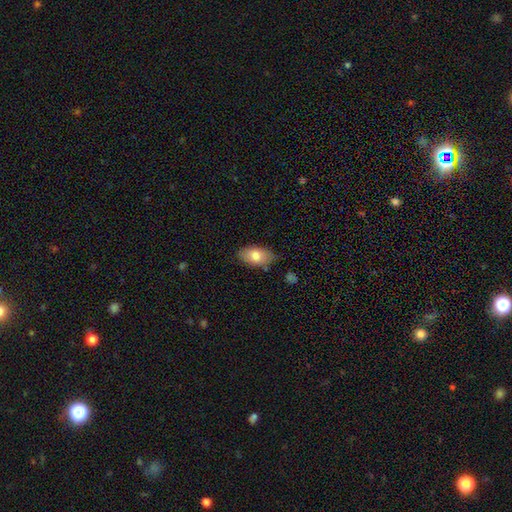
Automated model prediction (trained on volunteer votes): smooth-or-featured: smooth: 78% | featured or disk: 15% | star or artifact: 7%
  how-rounded: in between: 93% | round: 5% | cigar-shaped: 2%
  merging: none: 78% | minor disturbance: 17% | major disturbance: 3% | merger: 2%